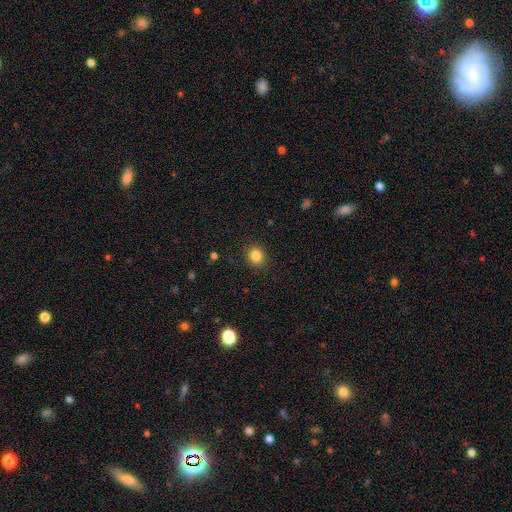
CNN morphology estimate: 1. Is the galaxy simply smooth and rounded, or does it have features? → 85% smooth, 11% star or artifact, 5% featured or disk.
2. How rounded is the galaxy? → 75% round, 24% in between, 1% cigar-shaped.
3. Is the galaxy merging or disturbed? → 89% none, 7% minor disturbance, 2% major disturbance, 1% merger.